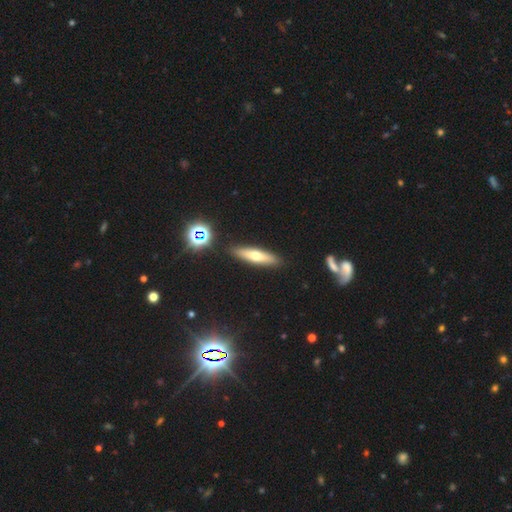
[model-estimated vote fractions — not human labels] Smooth or featured: smooth — 56% (featured or disk — 36%)
How rounded: cigar-shaped — 74% (in between — 24%)
Merging: none — 88% (minor disturbance — 8%)